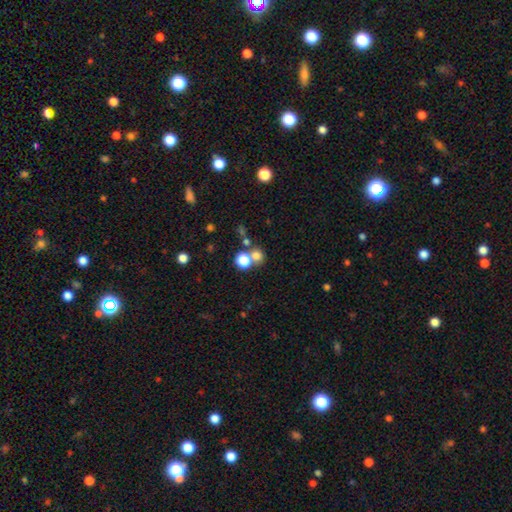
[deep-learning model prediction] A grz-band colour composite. It shows a smooth galaxy with no disk features (72%) that is round (82%). Merging: none (53%).